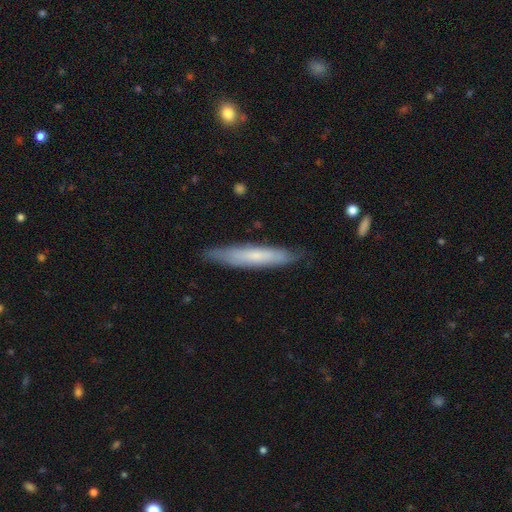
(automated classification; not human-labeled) Q: Smooth or featured?
A: smooth (61%); runner-up: featured or disk (33%)
Q: How rounded?
A: cigar-shaped (90%); runner-up: in between (9%)
Q: Merging?
A: none (84%); runner-up: minor disturbance (13%)